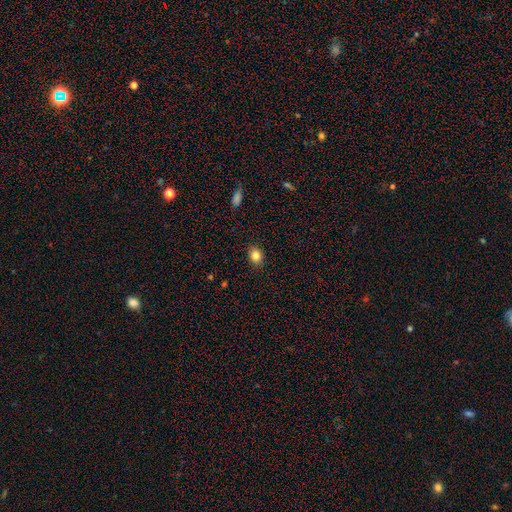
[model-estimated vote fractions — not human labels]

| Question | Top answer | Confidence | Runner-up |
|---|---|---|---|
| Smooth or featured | smooth | 84% | star or artifact (10%) |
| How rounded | in between | 54% | round (45%) |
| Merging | none | 88% | minor disturbance (9%) |